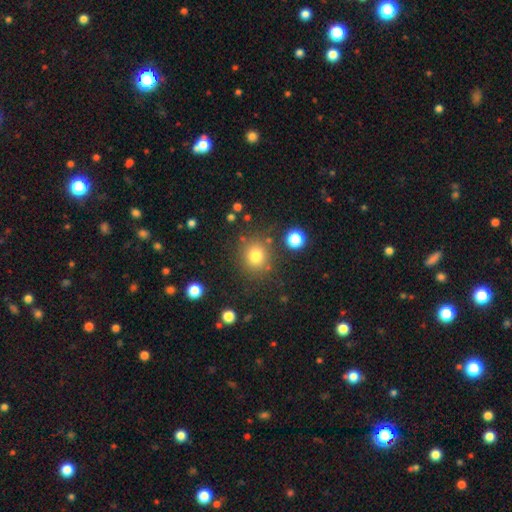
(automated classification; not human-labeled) The model was most divided on "smooth or featured": smooth: 78%, star or artifact: 14%, featured or disk: 8%. More confident: how rounded — round (87%); merging — none (82%).